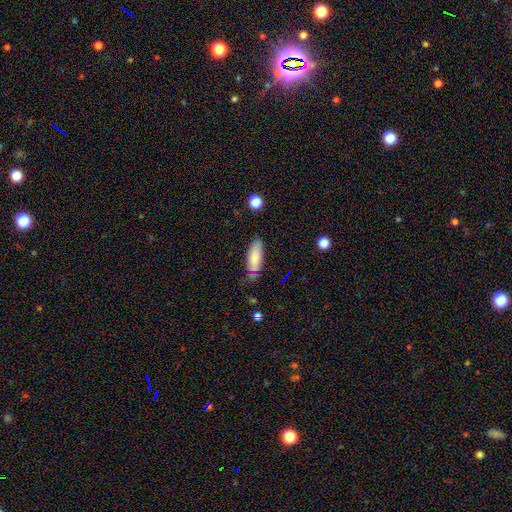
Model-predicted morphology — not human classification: The model was most divided on "how rounded": in between: 55%, cigar-shaped: 43%, round: 2%. More confident: smooth or featured — smooth (71%); merging — none (66%).